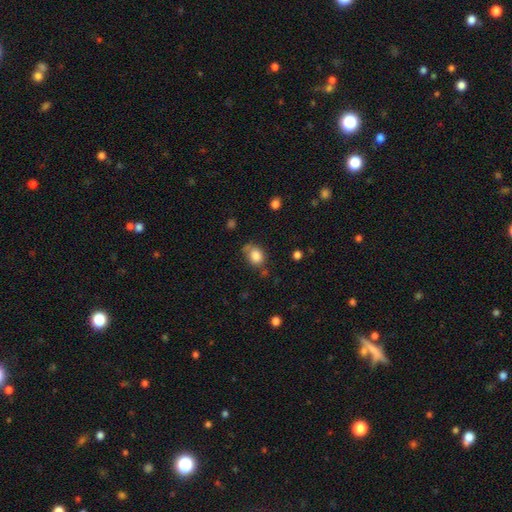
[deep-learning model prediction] This appears to be a smooth galaxy with no disk features (83%) that is in between round and cigar-shaped (52%). Merging: none (58%).